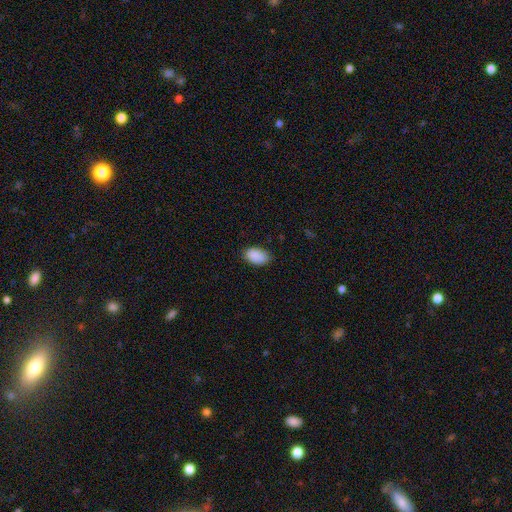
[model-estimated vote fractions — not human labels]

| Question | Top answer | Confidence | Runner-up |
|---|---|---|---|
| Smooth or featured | smooth | 90% | star or artifact (7%) |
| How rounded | in between | 93% | round (6%) |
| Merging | none | 78% | minor disturbance (18%) |